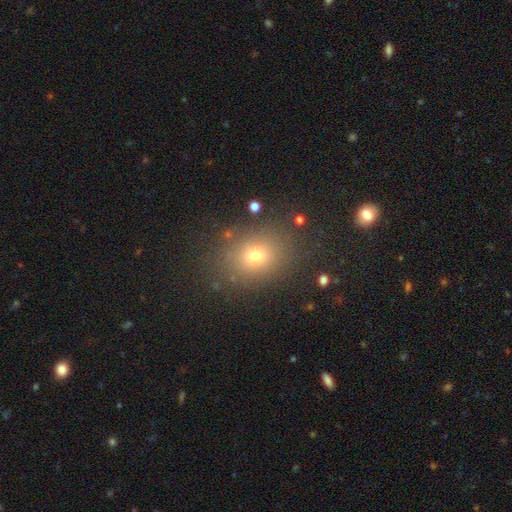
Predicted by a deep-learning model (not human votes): This appears to be a smooth galaxy with no disk features (69%) that is round (51%). Merging: none (82%).